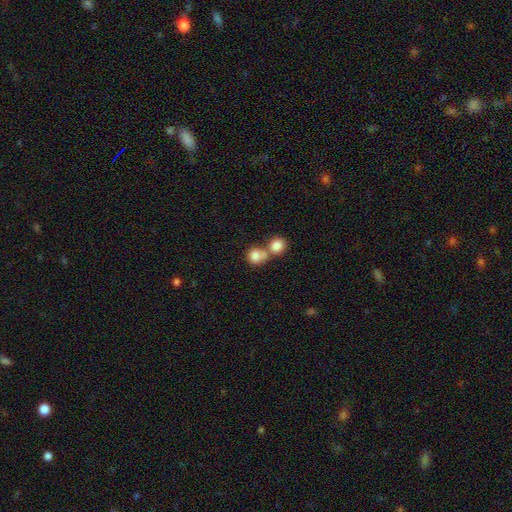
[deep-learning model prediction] smooth-or-featured: smooth: 82% | star or artifact: 9% | featured or disk: 9%
  how-rounded: round: 80% | in between: 18% | cigar-shaped: 1%
  merging: merger: 58% | none: 32% | minor disturbance: 7% | major disturbance: 3%